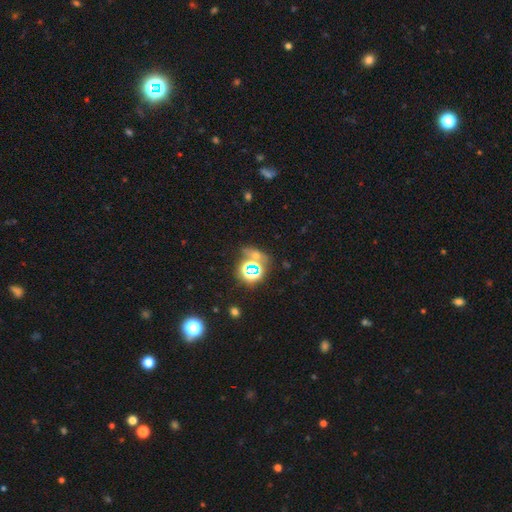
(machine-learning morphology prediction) Q: Smooth or featured?
A: star or artifact (58%); runner-up: smooth (30%)